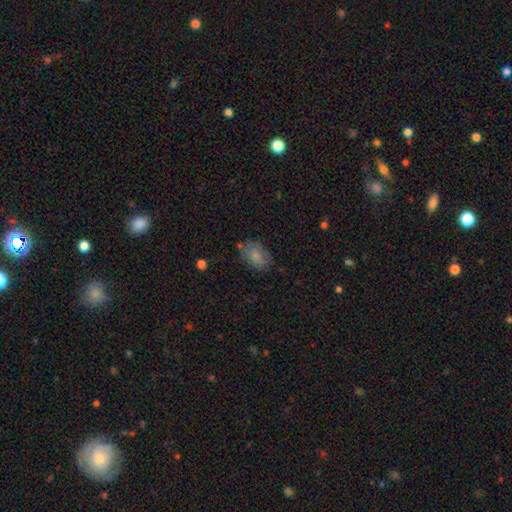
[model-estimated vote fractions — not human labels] Smooth or featured?
  - smooth: 80% *
  - featured or disk: 12%
  - star or artifact: 8%
How rounded?
  - in between: 81% *
  - round: 17%
  - cigar-shaped: 1%
Merging?
  - none: 69% *
  - minor disturbance: 20%
  - major disturbance: 6%
  - merger: 4%